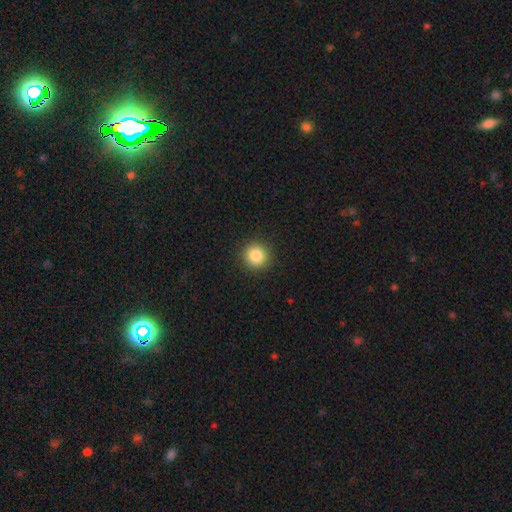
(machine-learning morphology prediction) Smooth or featured? smooth (85%)
How rounded? round (94%)
Merging? none (92%)